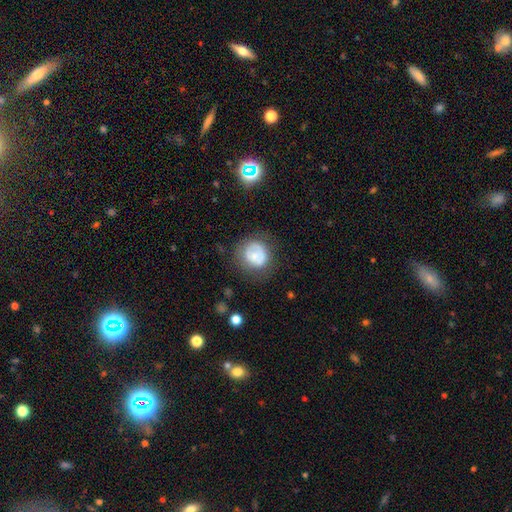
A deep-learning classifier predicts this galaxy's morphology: Smooth or featured? smooth (59%)
How rounded? round (81%)
Merging? none (63%)